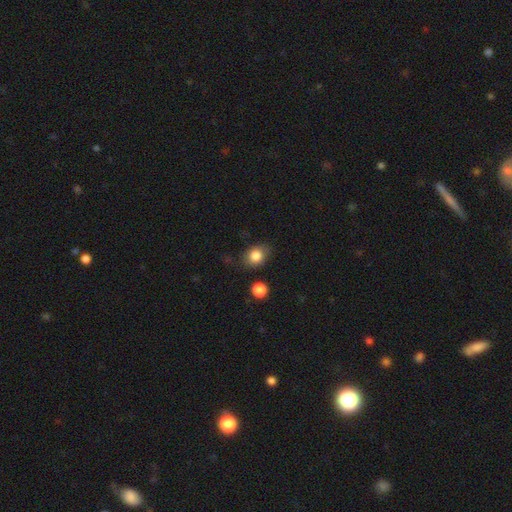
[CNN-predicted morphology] The model was most divided on "how rounded": round: 52%, in between: 47%, cigar-shaped: 1%. More confident: smooth or featured — smooth (83%); merging — none (76%).